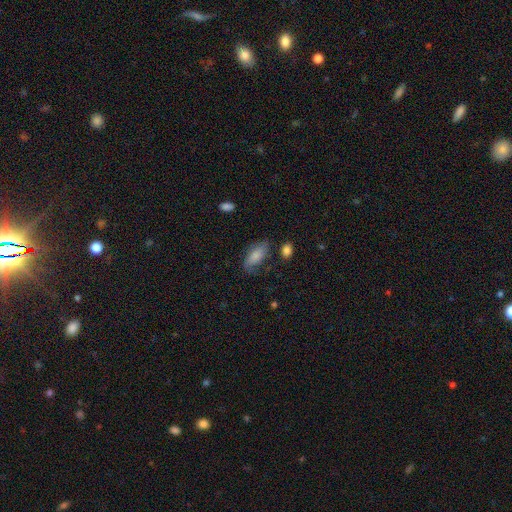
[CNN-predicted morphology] smooth 72%, featured or disk 20%, star or artifact 7%. Down the decision tree: how rounded — in between (88%); merging — none (62%).